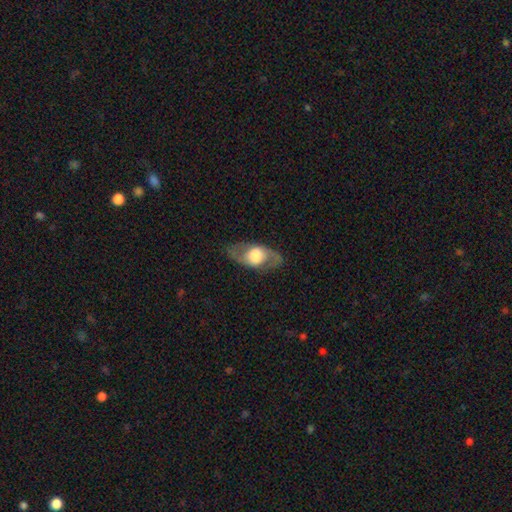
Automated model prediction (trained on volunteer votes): Smooth or featured? featured or disk (62%)
Edge-on disk? no (77%)
Merging? none (78%)